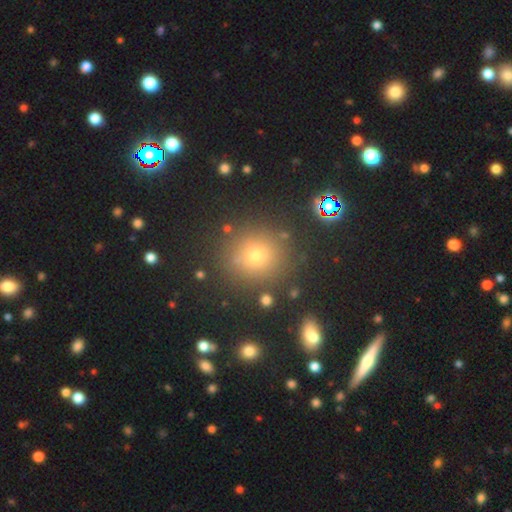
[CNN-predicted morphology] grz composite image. It shows a smooth galaxy with no disk features (67%) that is round (89%). Merging: none (85%).